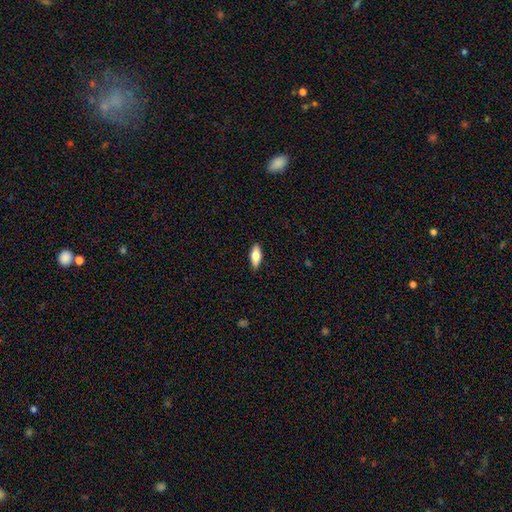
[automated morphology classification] Smooth or featured: smooth — 75% (featured or disk — 19%)
How rounded: in between — 73% (cigar-shaped — 25%)
Merging: none — 89% (minor disturbance — 9%)